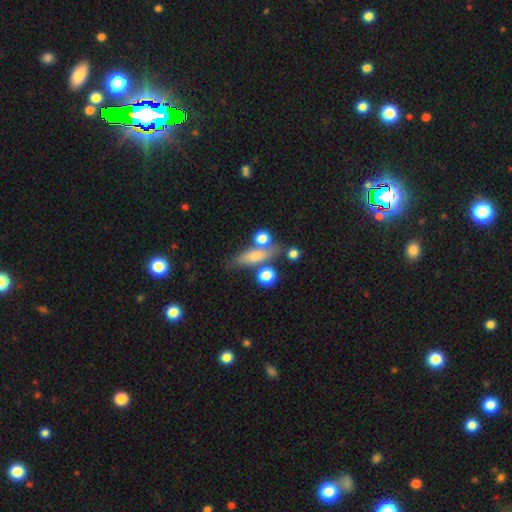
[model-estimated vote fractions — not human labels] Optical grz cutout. It shows a smooth galaxy with no disk features (69%) that is in between round and cigar-shaped (49%). Merging: none (54%).